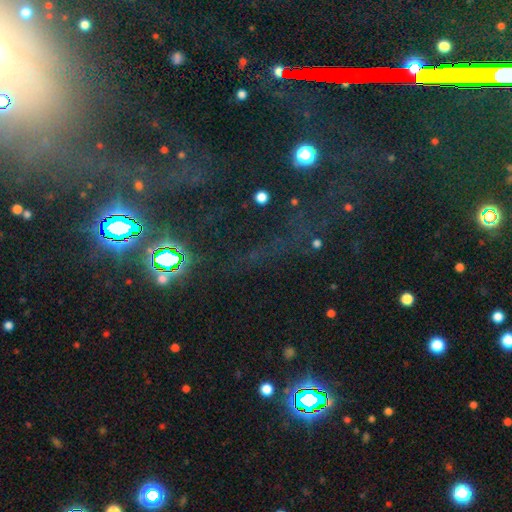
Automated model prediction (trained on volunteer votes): Overall: star or artifact (72%).